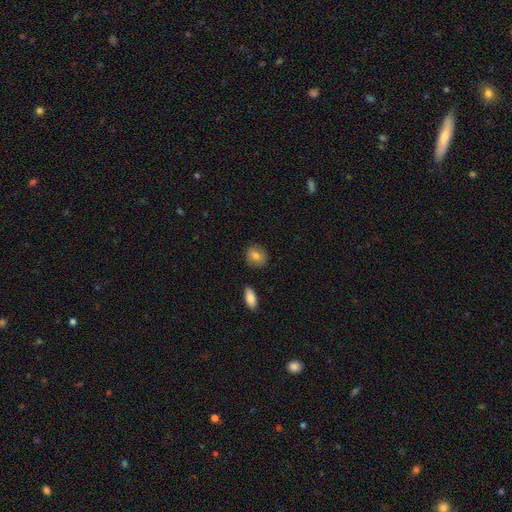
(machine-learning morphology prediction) smooth-or-featured: smooth: 77% | featured or disk: 15% | star or artifact: 8%
  how-rounded: round: 62% | in between: 36% | cigar-shaped: 2%
  merging: none: 84% | minor disturbance: 12% | major disturbance: 3% | merger: 2%